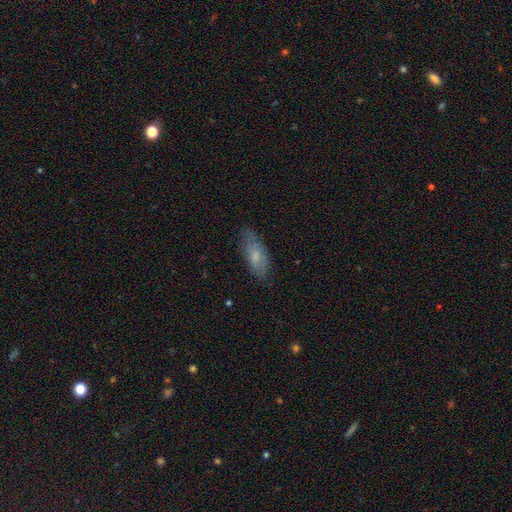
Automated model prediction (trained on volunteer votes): Smooth or featured?
  - smooth: 68% *
  - featured or disk: 25%
  - star or artifact: 7%
How rounded?
  - in between: 76% *
  - cigar-shaped: 22%
  - round: 2%
Merging?
  - none: 72% *
  - minor disturbance: 21%
  - major disturbance: 5%
  - merger: 1%